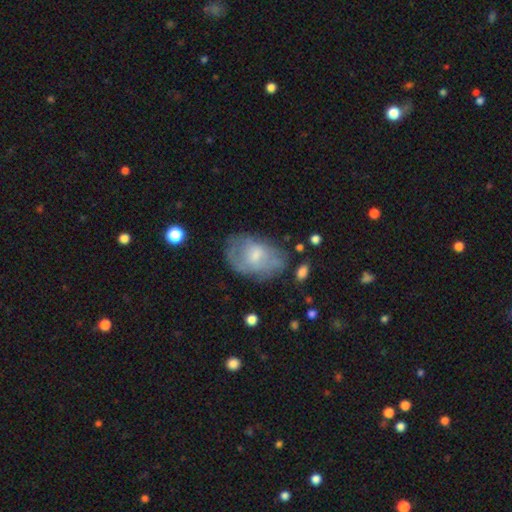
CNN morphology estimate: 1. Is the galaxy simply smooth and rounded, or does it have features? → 47% smooth, 46% featured or disk, 8% star or artifact.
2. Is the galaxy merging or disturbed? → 55% none, 27% minor disturbance, 15% major disturbance, 3% merger.